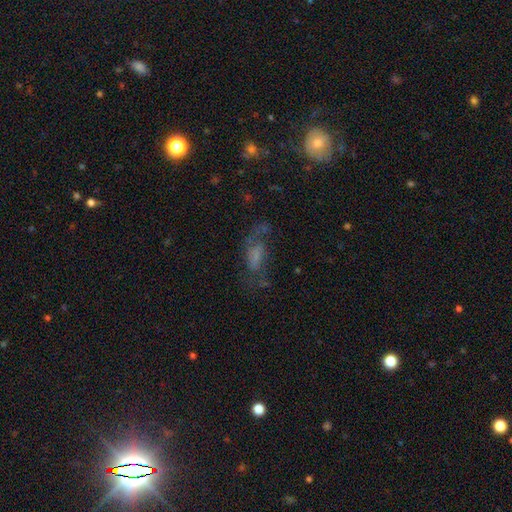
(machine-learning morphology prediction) smooth-or-featured: featured or disk: 52% | smooth: 31% | star or artifact: 17%
  disk-edge-on: no: 93% | yes: 7%
  merging: none: 43% | major disturbance: 32% | minor disturbance: 20% | merger: 4%